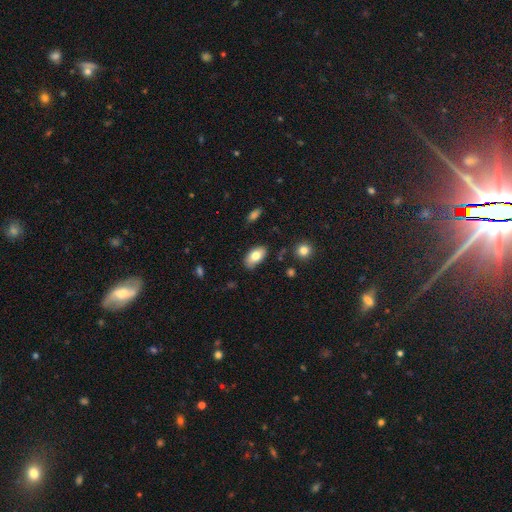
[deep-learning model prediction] A smooth galaxy with no disk features (78%) that is in between round and cigar-shaped (94%). Merging: none (79%).